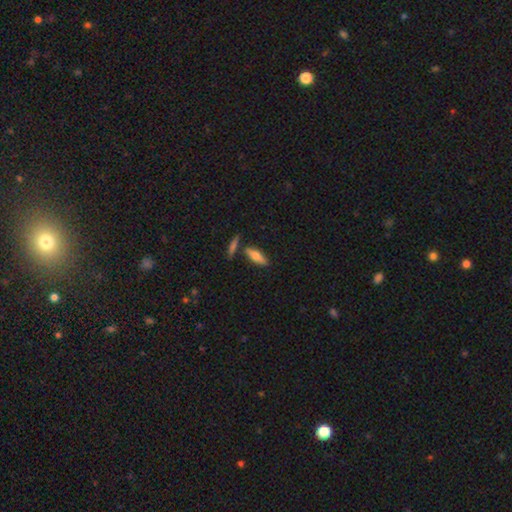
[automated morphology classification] smooth_or_featured: smooth (p=0.73) [alt: featured or disk p=0.21]
how_rounded: in between (p=0.58) [alt: cigar-shaped p=0.39]
merging: none (p=0.73) [alt: minor disturbance p=0.12]